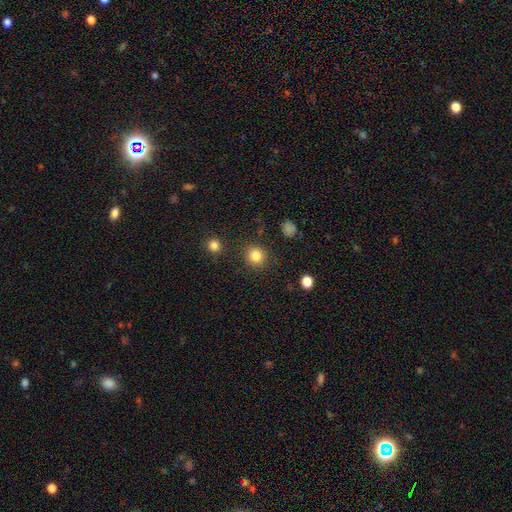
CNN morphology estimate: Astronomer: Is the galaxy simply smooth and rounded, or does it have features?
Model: smooth — 84%.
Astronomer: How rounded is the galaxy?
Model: round — 89%.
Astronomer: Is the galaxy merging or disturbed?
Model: none — 88%.